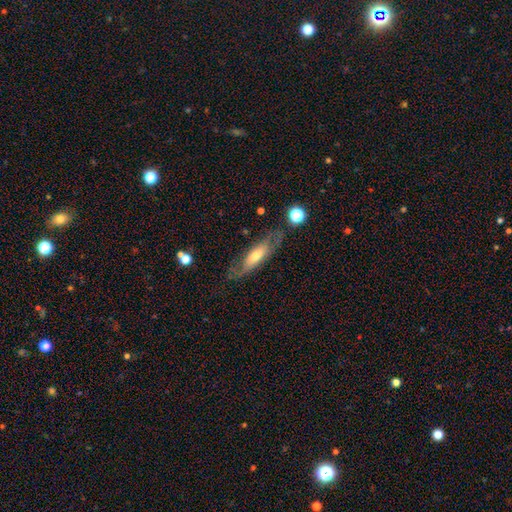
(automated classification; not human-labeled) This is possibly a featured or disk galaxy (54%). It is possibly not viewed edge-on (60%). Merging: likely none (67%).